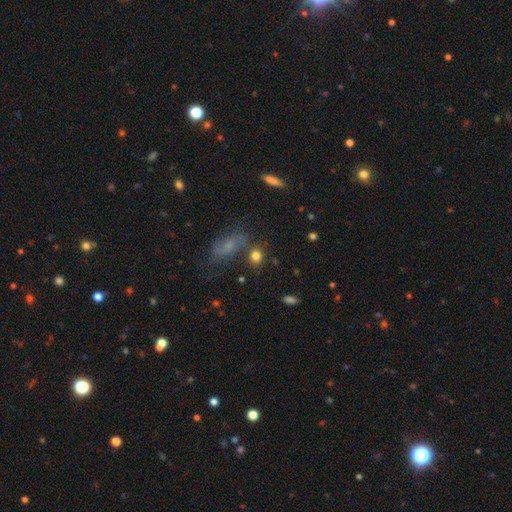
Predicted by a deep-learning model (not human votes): Smooth or featured? smooth (79%)
How rounded? round (60%)
Merging? none (66%)